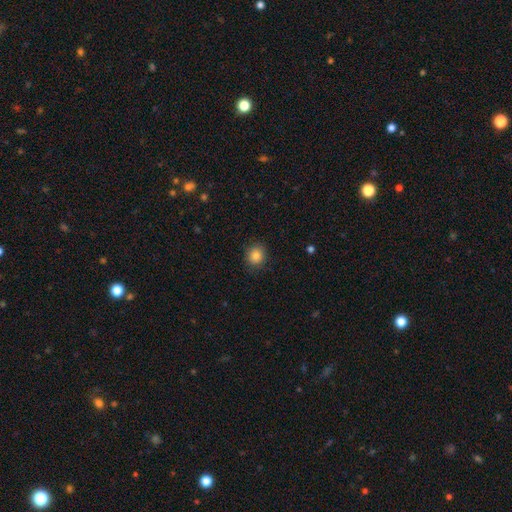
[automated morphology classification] smooth_or_featured: smooth (p=0.85) [alt: star or artifact p=0.11]
how_rounded: round (p=0.85) [alt: in between p=0.14]
merging: none (p=0.88) [alt: minor disturbance p=0.08]